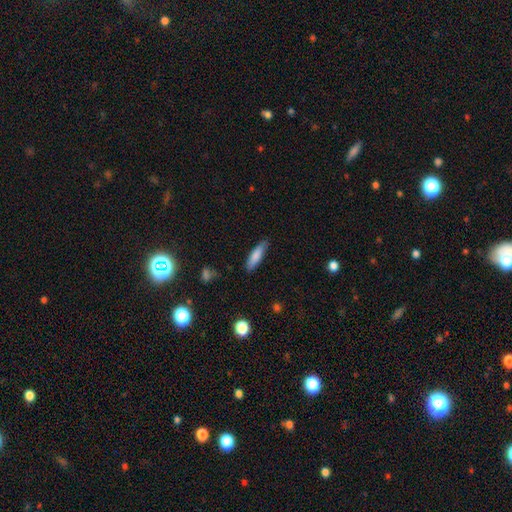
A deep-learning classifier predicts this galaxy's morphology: This is clearly a smooth galaxy (81%). How rounded: likely cigar-shaped (68%). Merging: clearly none (83%).